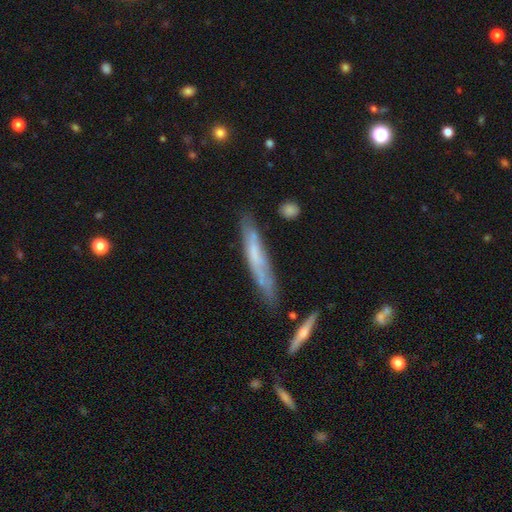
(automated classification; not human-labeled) Smooth or featured: smooth — 46% (tied with featured or disk — 46%)
Merging: none — 68% (minor disturbance — 22%)